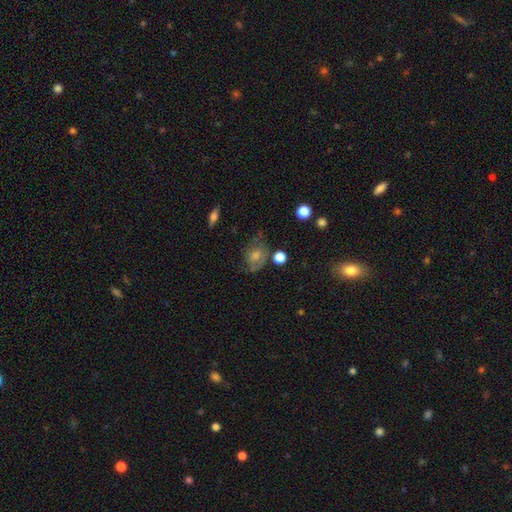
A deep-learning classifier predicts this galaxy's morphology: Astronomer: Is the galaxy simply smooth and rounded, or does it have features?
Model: featured or disk — 53% (runner-up: smooth, 30%).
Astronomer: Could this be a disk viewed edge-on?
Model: no — 95%.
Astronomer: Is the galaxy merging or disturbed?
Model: none — 61%.